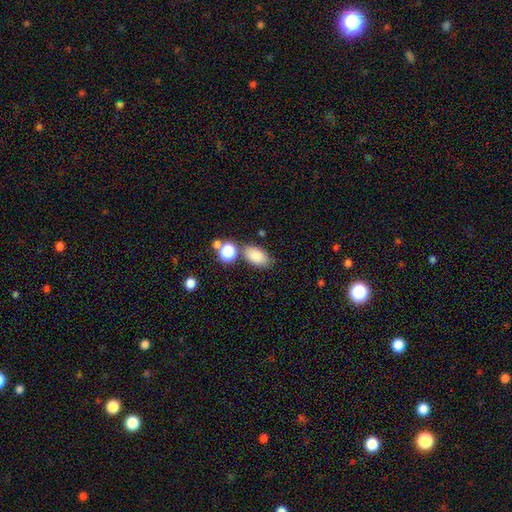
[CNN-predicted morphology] This appears to be a smooth galaxy with no disk features (83%) that is in between round and cigar-shaped (90%). Merging: none (70%).